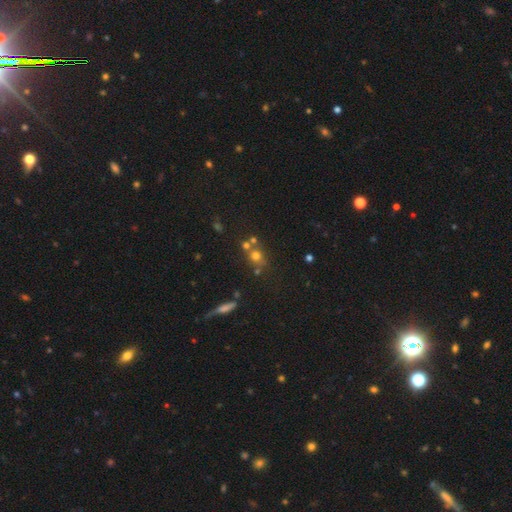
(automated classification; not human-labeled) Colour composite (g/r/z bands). It shows a smooth galaxy with no disk features (62%) that is round (79%). Merging: none (55%).